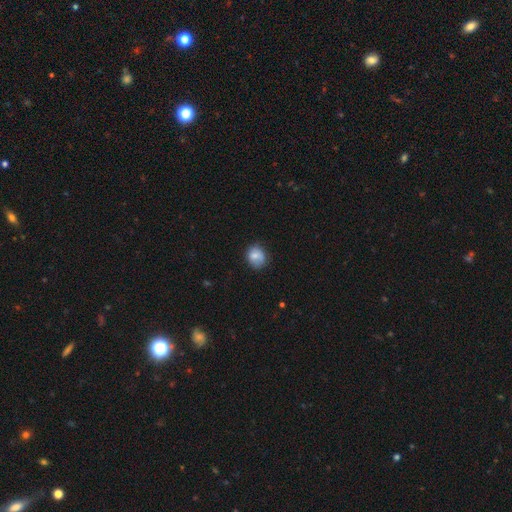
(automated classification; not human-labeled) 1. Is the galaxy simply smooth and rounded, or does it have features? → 77% smooth, 14% featured or disk, 9% star or artifact.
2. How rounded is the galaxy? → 65% round, 34% in between, 1% cigar-shaped.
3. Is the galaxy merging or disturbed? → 68% none, 24% minor disturbance, 6% major disturbance, 2% merger.